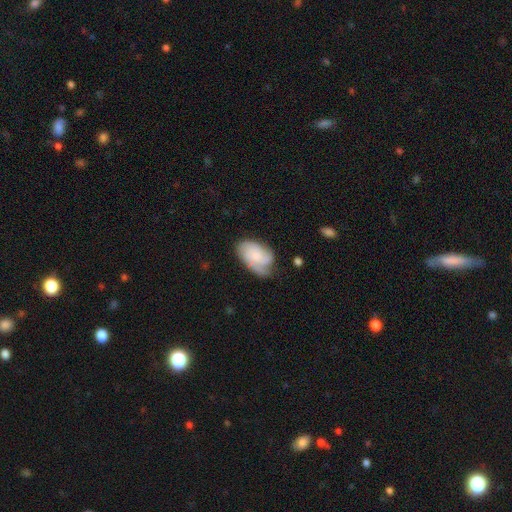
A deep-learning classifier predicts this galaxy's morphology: The model was most divided on "spiral winding": tight: 44%, medium: 41%, loose: 15%. Remaining: edge-on disk — no (97%); spiral arms — yes (92%); bar — no (74%); smooth or featured — featured or disk (62%); merging — none (58%); spiral arm count — 3 (39%); bulge size — small (39%).